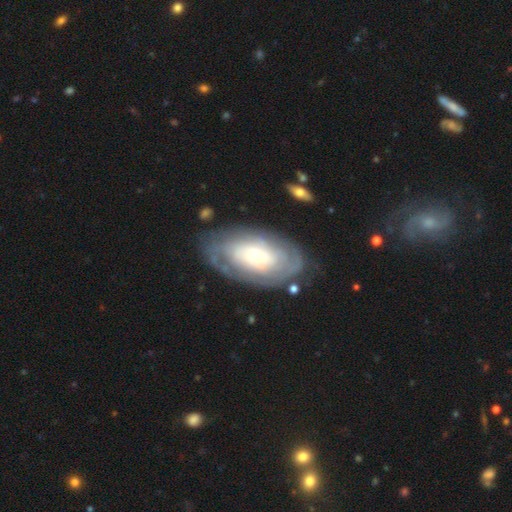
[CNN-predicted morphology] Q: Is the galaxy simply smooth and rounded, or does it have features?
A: featured or disk — 68%.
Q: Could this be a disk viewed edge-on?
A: no — 93%.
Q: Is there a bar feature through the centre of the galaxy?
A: no — 81%.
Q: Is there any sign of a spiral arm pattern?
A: yes — 71%.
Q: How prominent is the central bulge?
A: small — 62%.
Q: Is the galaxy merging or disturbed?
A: none — 71%.